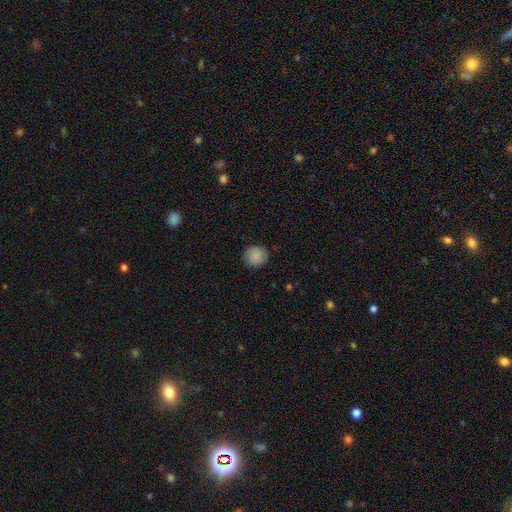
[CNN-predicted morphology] This appears to be a smooth galaxy with no disk features (87%) that is round (88%). Merging: none (85%).